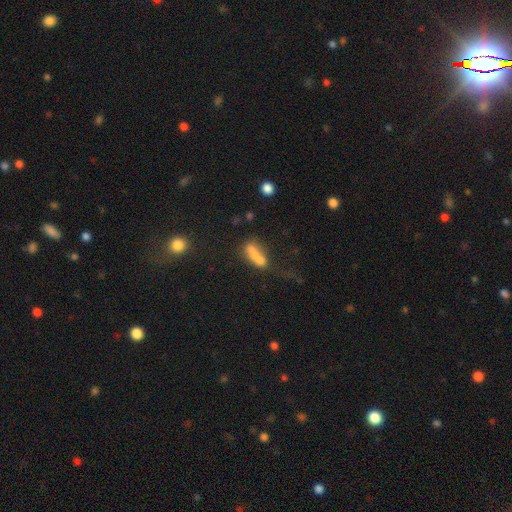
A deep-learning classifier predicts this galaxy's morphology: A smooth galaxy with no disk features (60%) that is in between round and cigar-shaped (58%).

Vote fractions:
- Smooth or featured? smooth: 60% / featured or disk: 27% / star or artifact: 13%
- How rounded? in between: 58% / cigar-shaped: 32% / round: 10%
- Merging? merger: 49% / none: 25% / major disturbance: 13% / minor disturbance: 13%